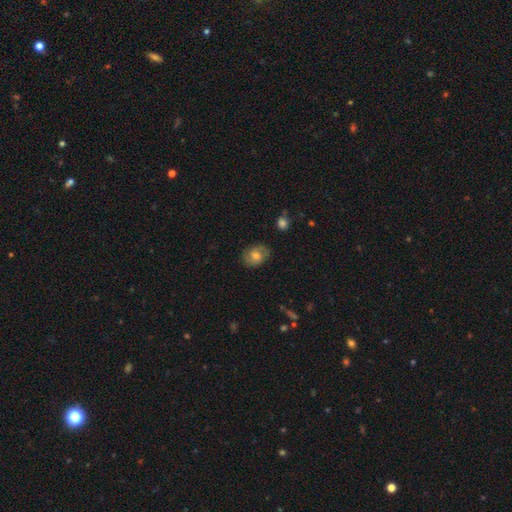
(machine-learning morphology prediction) The model was most divided on "smooth or featured": featured or disk: 46%, smooth: 45%, star or artifact: 9%. More confident: merging — none (79%).